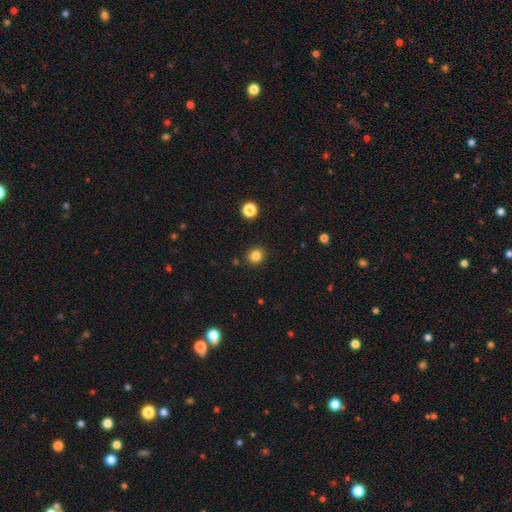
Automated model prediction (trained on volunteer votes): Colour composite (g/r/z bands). It shows a smooth galaxy with no disk features (84%) that is round (79%). Merging: none (88%).